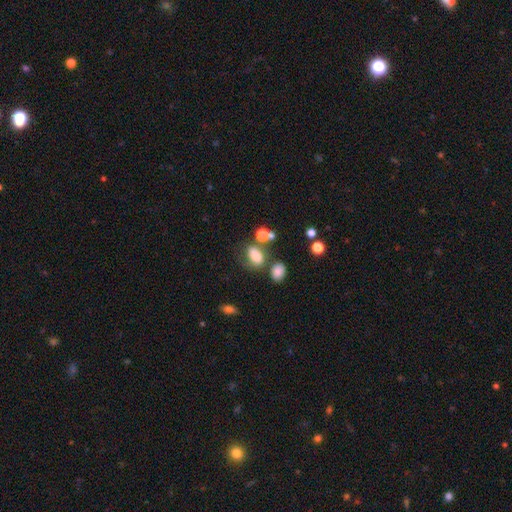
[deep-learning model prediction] Overall: smooth (70%). How rounded: in between (73%). Merging: none (51%; minor disturbance 19%).